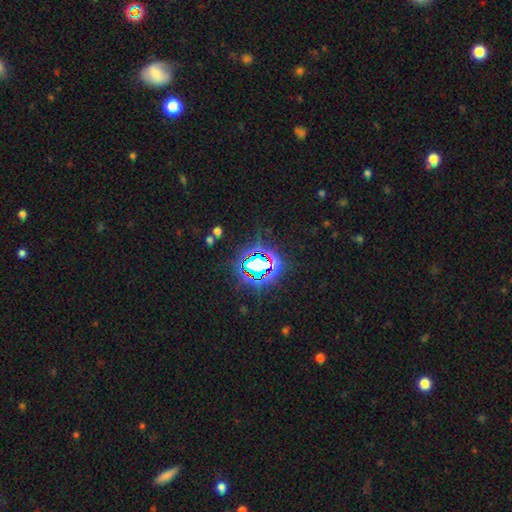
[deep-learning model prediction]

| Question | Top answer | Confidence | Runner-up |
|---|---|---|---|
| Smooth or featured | star or artifact | 82% | smooth (11%) |